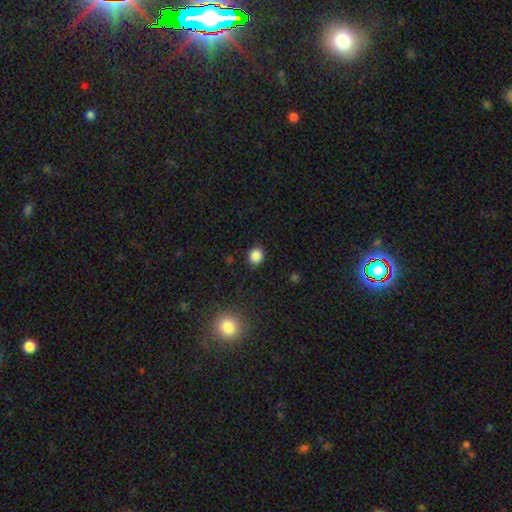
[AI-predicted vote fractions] smooth_or_featured: smooth (p=0.84) [alt: star or artifact p=0.12]
how_rounded: round (p=0.83) [alt: in between p=0.16]
merging: none (p=0.89) [alt: minor disturbance p=0.07]